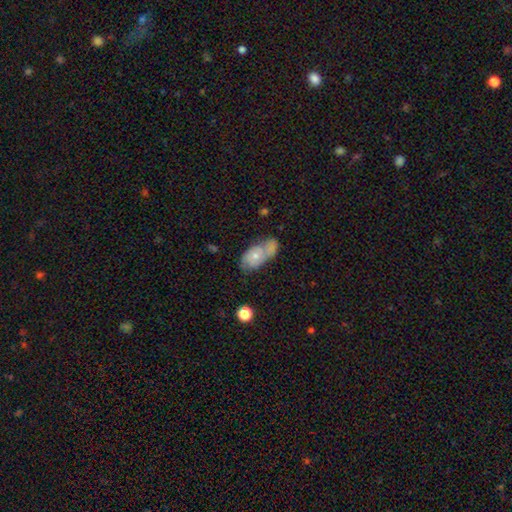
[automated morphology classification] This is possibly a smooth galaxy (53%). How rounded: clearly in between (88%). Merging: marginally merger (43%).